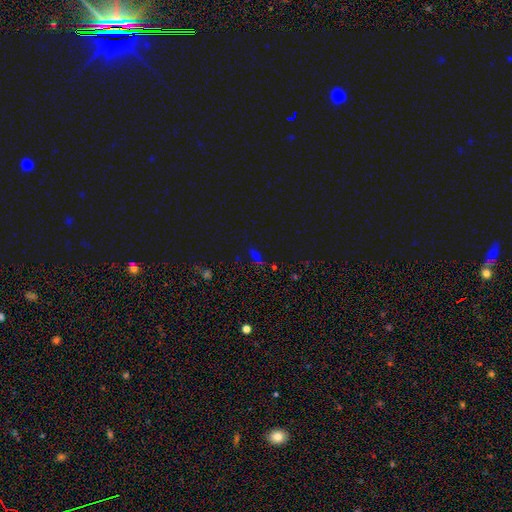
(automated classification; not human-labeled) Smooth or featured? star or artifact (52%)